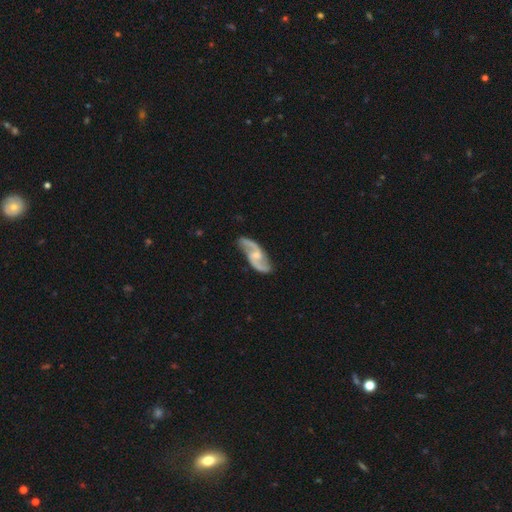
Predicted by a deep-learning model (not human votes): featured or disk 89%, smooth 7%, star or artifact 4%. Down the decision tree: edge-on disk — no (96%); bar — weak (48%); spiral arms — yes (97%); spiral arm count — 2 (93%); spiral winding — loose (51%); bulge size — small (48%); merging — none (78%).